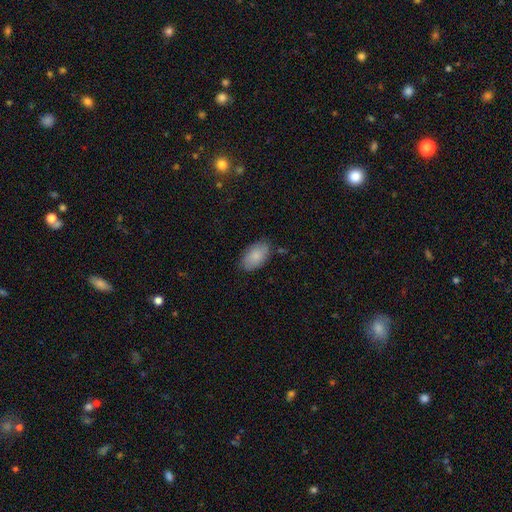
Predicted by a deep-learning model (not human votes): A smooth galaxy with no disk features (86%) that is in between round and cigar-shaped (94%).

Vote fractions:
- Smooth or featured? smooth: 86% / featured or disk: 8% / star or artifact: 6%
- How rounded? in between: 94% / round: 4% / cigar-shaped: 2%
- Merging? none: 80% / minor disturbance: 15% / major disturbance: 3% / merger: 2%